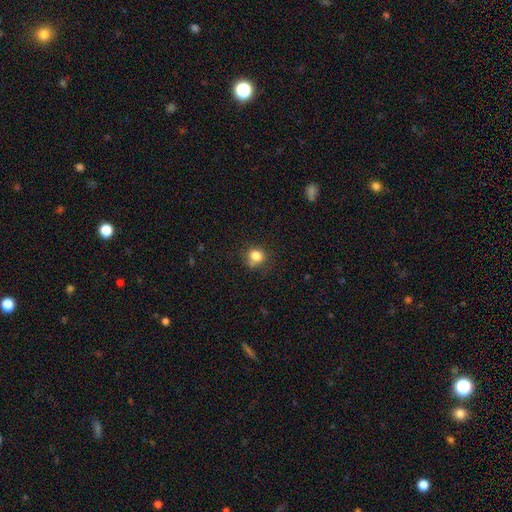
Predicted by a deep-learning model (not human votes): Smooth or featured? Predicted: smooth (p=0.81). How rounded? Predicted: round (p=0.68). Merging? Predicted: none (p=0.60).